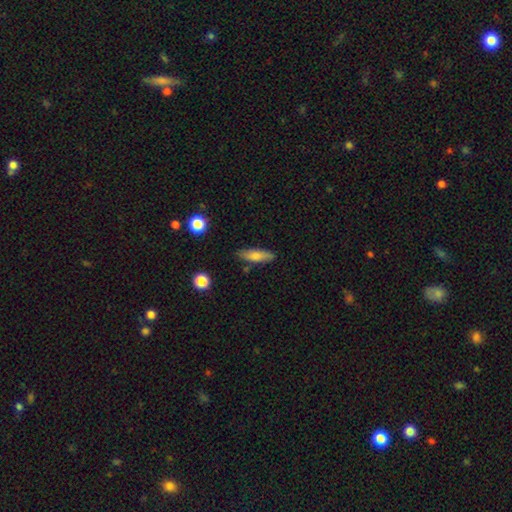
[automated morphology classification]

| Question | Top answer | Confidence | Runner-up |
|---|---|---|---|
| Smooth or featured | smooth | 70% | featured or disk (23%) |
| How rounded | cigar-shaped | 60% | in between (37%) |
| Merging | none | 84% | minor disturbance (12%) |